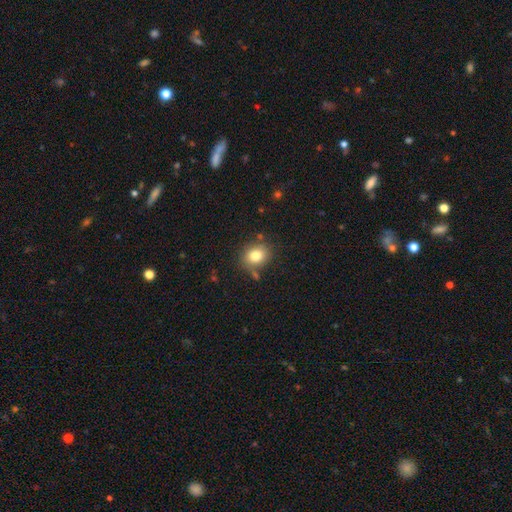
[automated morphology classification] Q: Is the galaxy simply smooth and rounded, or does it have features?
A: smooth — 80%.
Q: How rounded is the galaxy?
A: round — 57%.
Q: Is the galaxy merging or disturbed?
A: none — 76%.